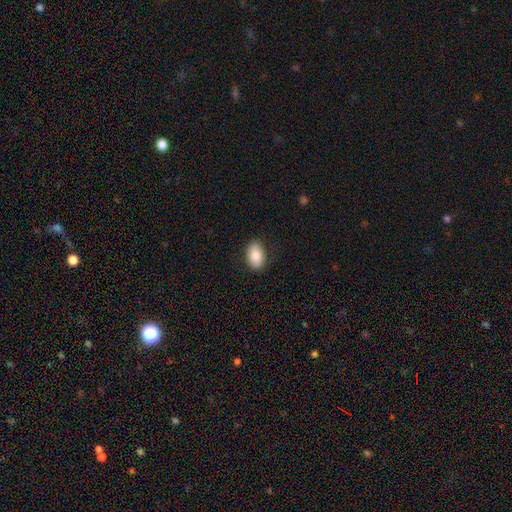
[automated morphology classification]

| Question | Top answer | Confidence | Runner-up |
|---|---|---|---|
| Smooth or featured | smooth | 82% | featured or disk (11%) |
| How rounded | in between | 88% | round (10%) |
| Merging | none | 85% | minor disturbance (11%) |